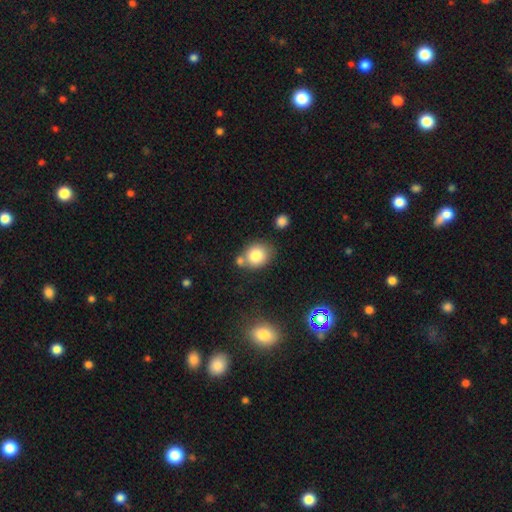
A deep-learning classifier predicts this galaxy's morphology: A smooth galaxy with no disk features (80%) that is round (63%).

Vote fractions:
- Smooth or featured? smooth: 80% / star or artifact: 10% / featured or disk: 10%
- How rounded? round: 63% / in between: 36% / cigar-shaped: 1%
- Merging? none: 61% / merger: 20% / minor disturbance: 14% / major disturbance: 4%